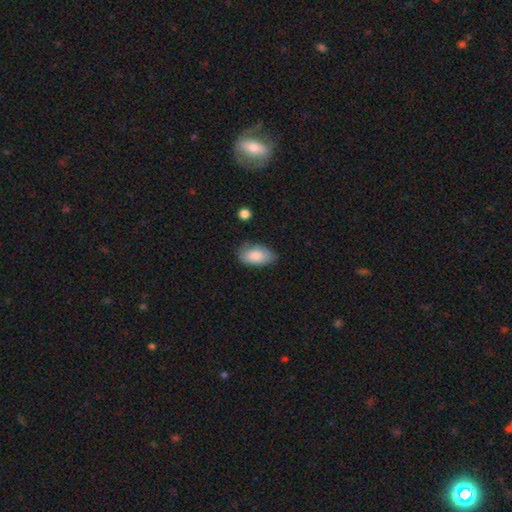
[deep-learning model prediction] Overall: smooth (83%). How rounded: in between (94%). Merging: none (69%).